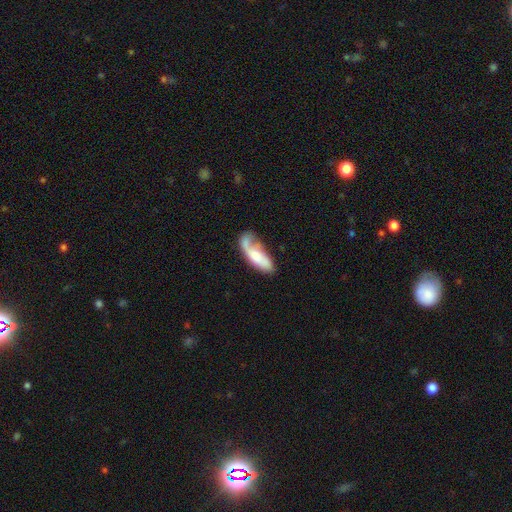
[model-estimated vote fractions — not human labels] smooth 54%, featured or disk 40%, star or artifact 6%. Down the decision tree: how rounded — in between (68%); merging — none (34%).